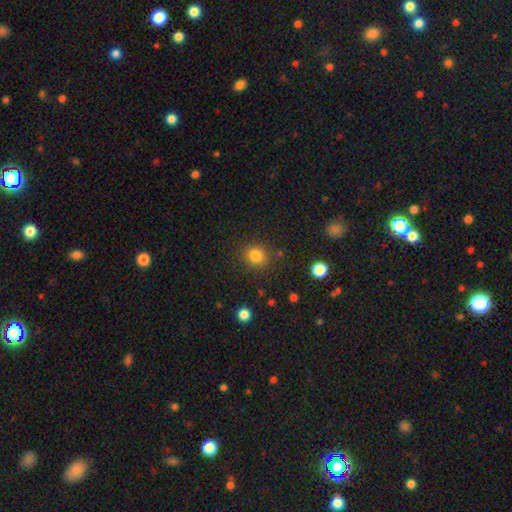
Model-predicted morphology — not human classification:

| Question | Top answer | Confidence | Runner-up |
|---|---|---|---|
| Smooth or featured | smooth | 83% | star or artifact (12%) |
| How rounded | round | 85% | in between (14%) |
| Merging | none | 86% | minor disturbance (8%) |